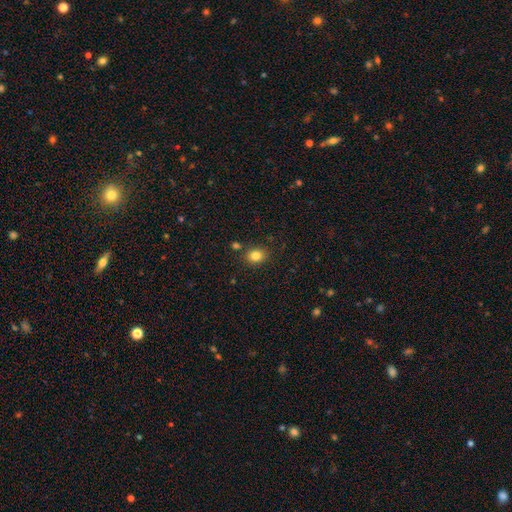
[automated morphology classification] Smooth or featured? smooth (83%)
How rounded? round (54%)
Merging? none (83%)